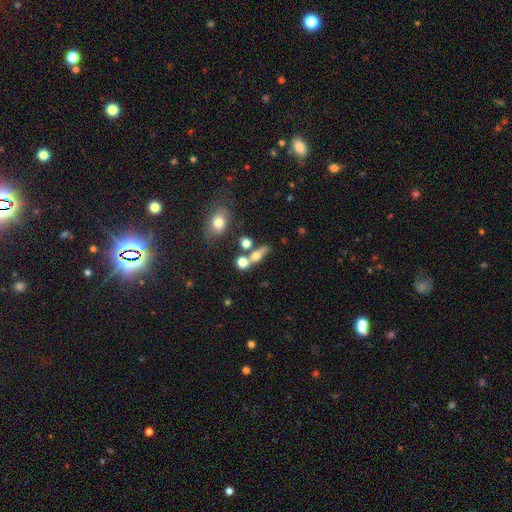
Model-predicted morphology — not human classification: smooth-or-featured: smooth: 54% | featured or disk: 33% | star or artifact: 13%
  how-rounded: in between: 42% | cigar-shaped: 31% | round: 27%
  merging: none: 48% | merger: 34% | minor disturbance: 12% | major disturbance: 7%